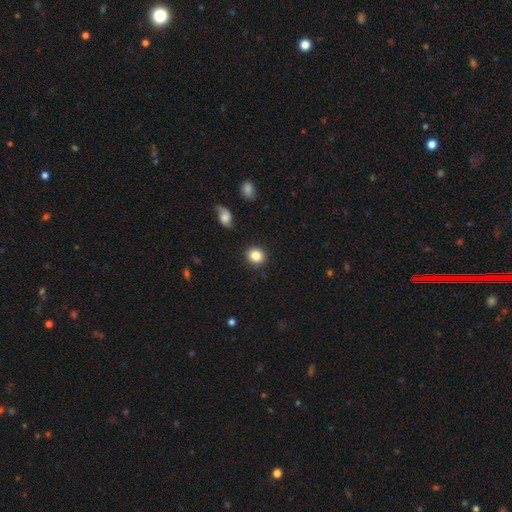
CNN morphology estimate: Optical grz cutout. It shows a smooth galaxy with no disk features (84%) that is round (80%). Merging: none (90%).